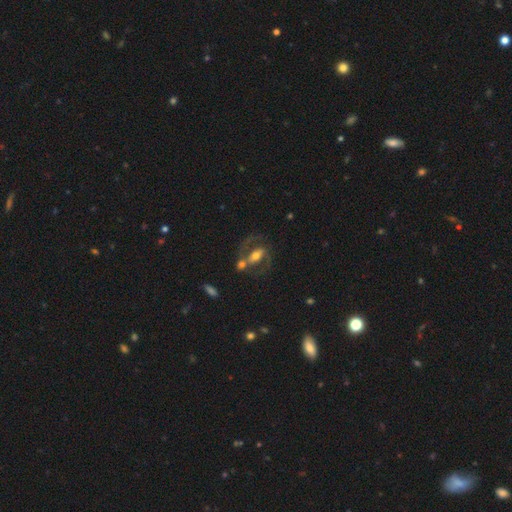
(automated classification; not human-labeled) A featured or disk galaxy (71%) with a strong bar (41%), 2 (84%) medium (52%) spiral arms (81%) and a moderate central bulge (61%). Merging: none (48%).